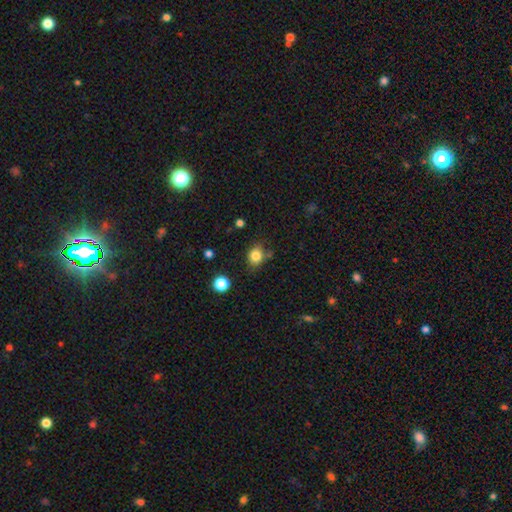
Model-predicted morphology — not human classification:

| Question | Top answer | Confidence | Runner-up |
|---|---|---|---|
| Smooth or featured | smooth | 83% | star or artifact (11%) |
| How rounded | round | 65% | in between (34%) |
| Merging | none | 71% | minor disturbance (18%) |